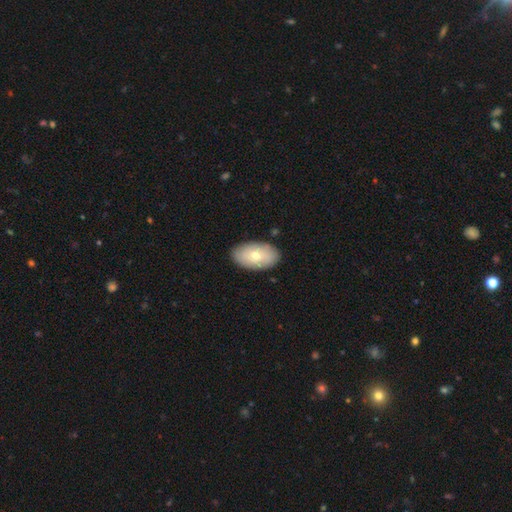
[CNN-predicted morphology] This is likely a smooth galaxy (69%). How rounded: clearly in between (94%). Merging: clearly none (87%).